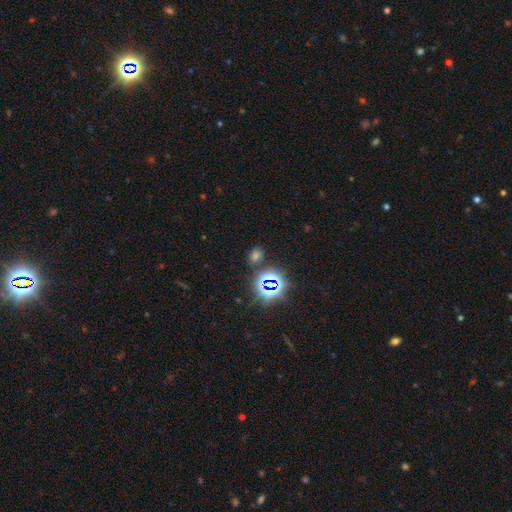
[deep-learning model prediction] Smooth or featured: star or artifact — 49% (smooth — 44%)